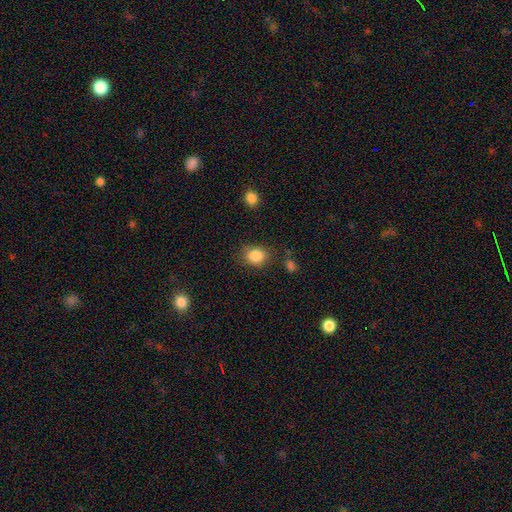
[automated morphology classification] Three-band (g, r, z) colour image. It shows a smooth galaxy with no disk features (86%) that is round (59%). Merging: none (76%).